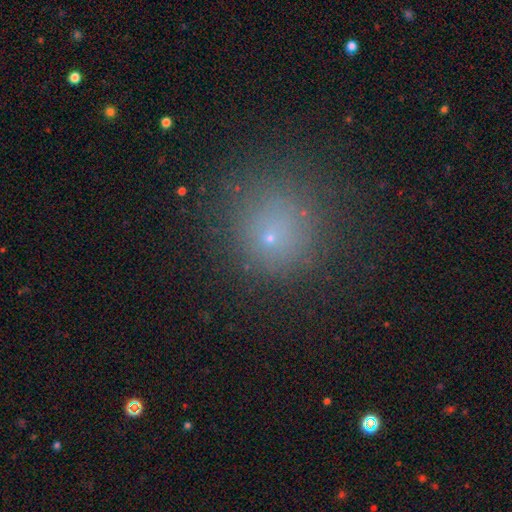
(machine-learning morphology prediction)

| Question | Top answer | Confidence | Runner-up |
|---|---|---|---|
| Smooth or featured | smooth | 64% | star or artifact (28%) |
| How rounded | round | 93% | in between (6%) |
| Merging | none | 83% | minor disturbance (10%) |